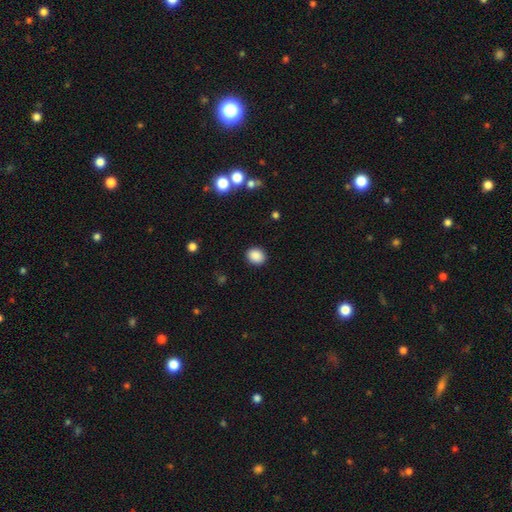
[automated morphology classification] Smooth or featured: smooth — 88% (star or artifact — 9%)
How rounded: round — 60% (in between — 39%)
Merging: none — 90% (minor disturbance — 7%)